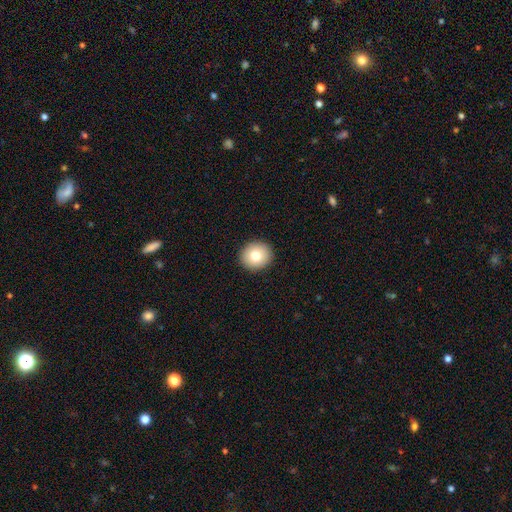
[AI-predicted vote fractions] A smooth galaxy with no disk features (77%) that is round (89%). Merging: none (93%).